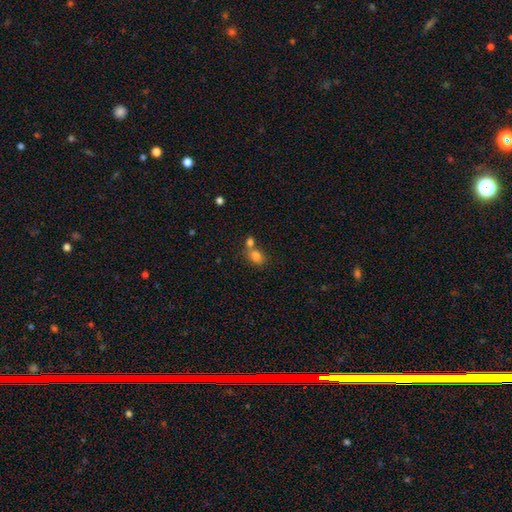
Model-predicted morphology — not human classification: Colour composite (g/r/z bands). It shows a smooth galaxy with no disk features (80%) that is in between round and cigar-shaped (58%). Merging: merger (49%).